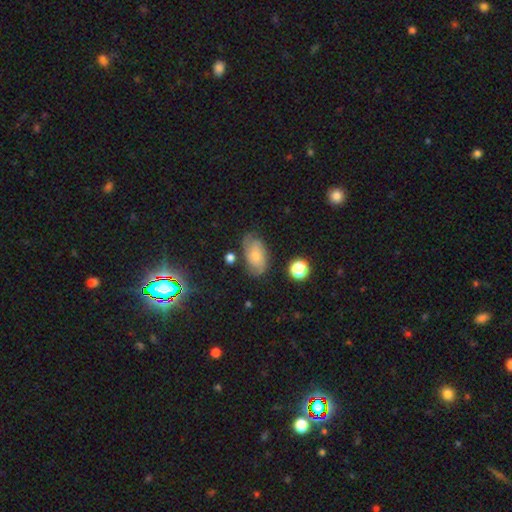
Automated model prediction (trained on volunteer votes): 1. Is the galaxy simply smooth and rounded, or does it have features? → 50% featured or disk, 41% smooth, 10% star or artifact.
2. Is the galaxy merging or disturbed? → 67% none, 22% minor disturbance, 7% major disturbance, 4% merger.